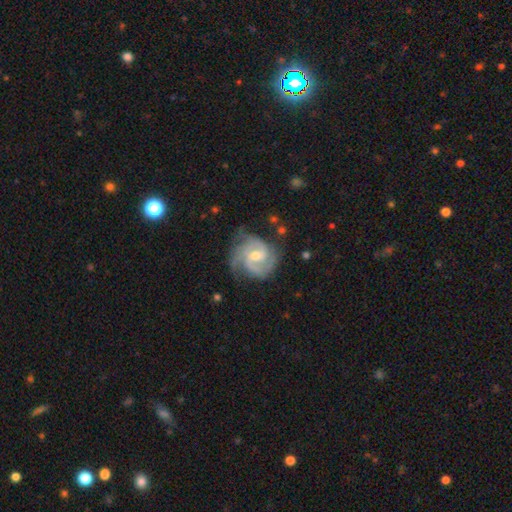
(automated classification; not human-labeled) Smooth or featured? featured or disk (88%)
Edge-on disk? no (98%)
Bar? weak (54%)
Spiral arms? yes (97%)
Spiral winding? tight (54%)
Spiral arm count? 2 (35%)
Bulge size? moderate (58%)
Merging? none (67%)